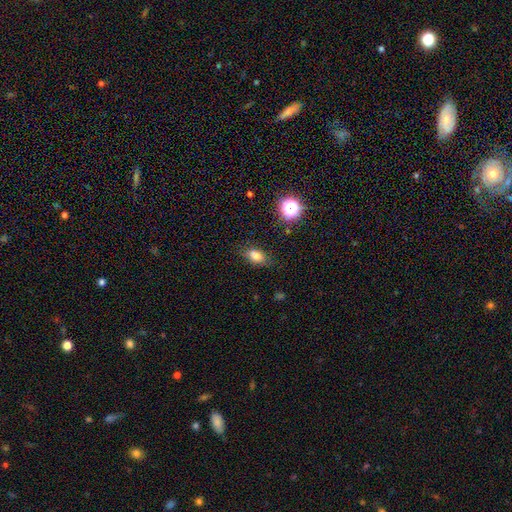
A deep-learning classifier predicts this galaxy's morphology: The model was most divided on "merging": none: 76%, minor disturbance: 17%, major disturbance: 5%, merger: 2%. More confident: how rounded — in between (83%); smooth or featured — smooth (77%).